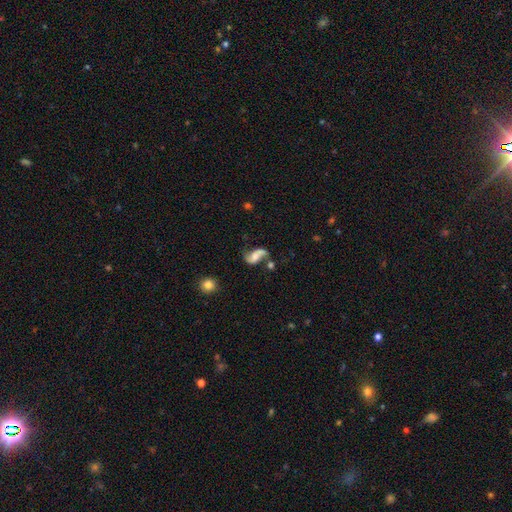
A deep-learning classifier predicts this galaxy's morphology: Smooth or featured? Predicted: featured or disk (p=0.75). Edge-on disk? Predicted: no (p=0.97). Bar? Predicted: no (p=0.52). Spiral arms? Predicted: yes (p=0.93). Spiral winding? Predicted: loose (p=0.76). Spiral arm count? Predicted: 2 (p=0.89). Bulge size? Predicted: moderate (p=0.28, tied with none and small). Merging? Predicted: none (p=0.47).